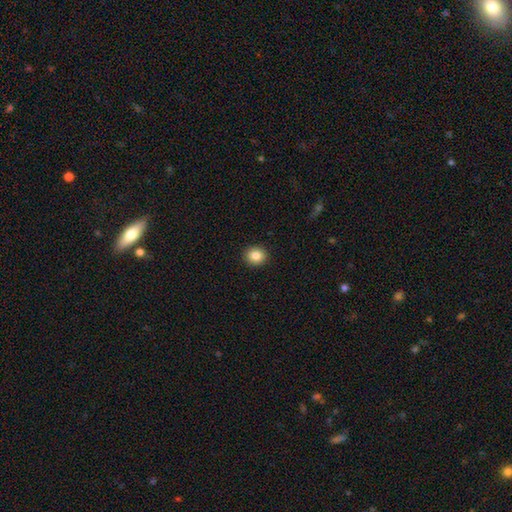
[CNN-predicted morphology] Smooth or featured?
  - smooth: 84% *
  - star or artifact: 10%
  - featured or disk: 6%
How rounded?
  - round: 82% *
  - in between: 17%
  - cigar-shaped: 1%
Merging?
  - none: 92% *
  - minor disturbance: 5%
  - major disturbance: 2%
  - merger: 1%